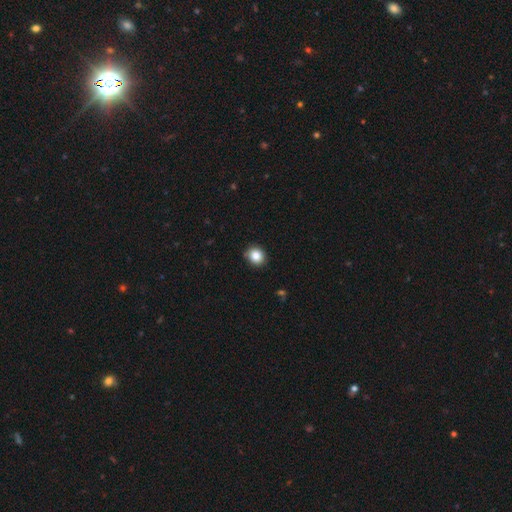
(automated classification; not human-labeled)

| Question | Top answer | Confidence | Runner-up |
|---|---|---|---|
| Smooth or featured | smooth | 85% | star or artifact (10%) |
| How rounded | round | 77% | in between (23%) |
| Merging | none | 89% | minor disturbance (9%) |